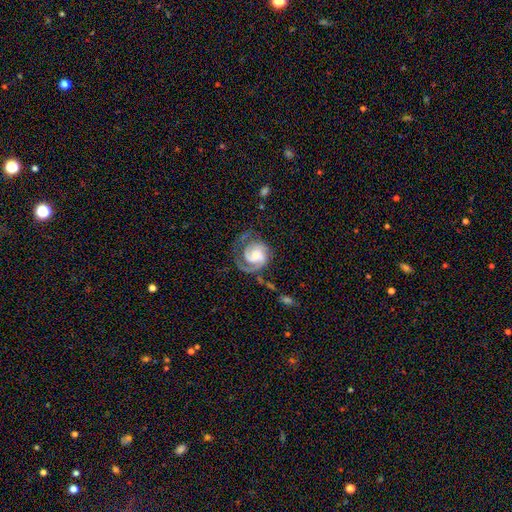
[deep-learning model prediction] Smooth or featured: featured or disk — 86% (smooth — 9%)
Edge-on disk: no — 98% (yes — 2%)
Bar: no — 57% (weak — 34%)
Spiral arms: yes — 97% (no — 3%)
Spiral winding: tight — 54% (medium — 37%)
Spiral arm count: 2 — 61% (1 — 21%)
Bulge size: small — 45% (moderate — 40%)
Merging: none — 59% (minor disturbance — 20%)